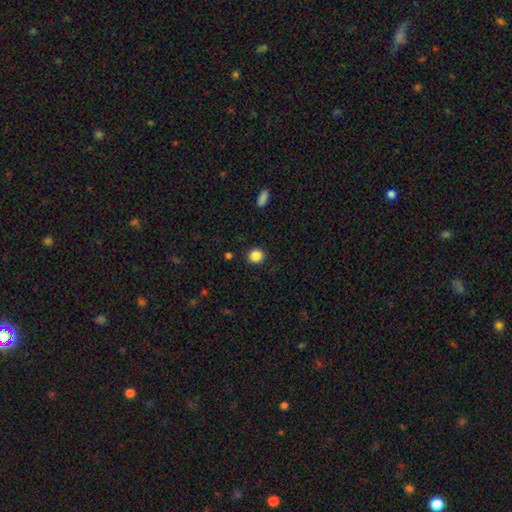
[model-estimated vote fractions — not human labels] This is clearly a smooth galaxy (87%). How rounded: clearly round (84%). Merging: clearly none (90%).